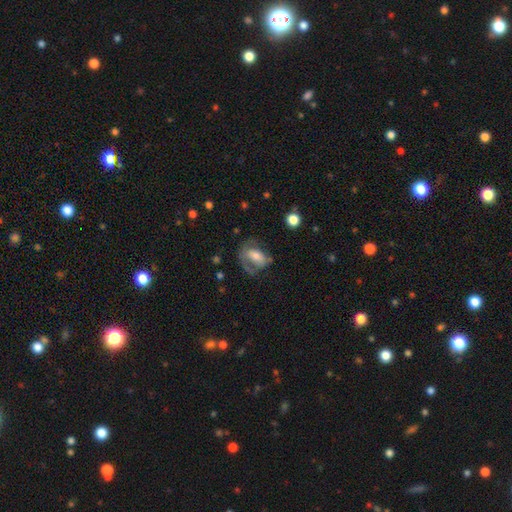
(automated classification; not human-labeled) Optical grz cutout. It shows a smooth galaxy with no disk features (48%). Merging: none (39%).